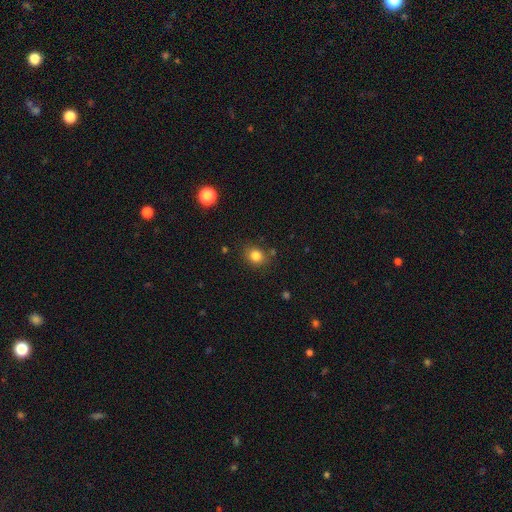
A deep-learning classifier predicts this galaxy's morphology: The model was most divided on "how rounded": round: 61%, in between: 38%, cigar-shaped: 1%. More confident: smooth or featured — smooth (82%); merging — none (80%).